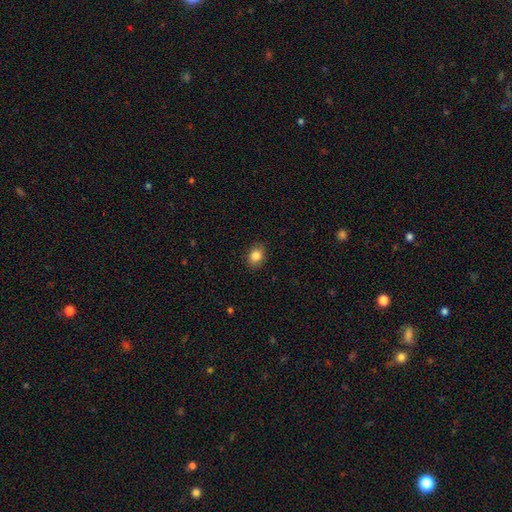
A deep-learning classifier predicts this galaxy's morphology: Smooth or featured? Predicted: smooth (p=0.86). How rounded? Predicted: in between (p=0.54). Merging? Predicted: none (p=0.87).